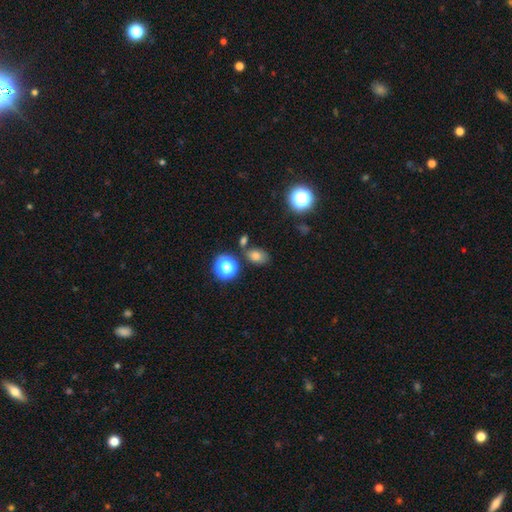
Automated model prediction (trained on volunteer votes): A smooth galaxy with no disk features (71%) that is in between round and cigar-shaped (70%).

Vote fractions:
- Smooth or featured? smooth: 71% / star or artifact: 19% / featured or disk: 9%
- How rounded? in between: 70% / round: 28% / cigar-shaped: 2%
- Merging? none: 72% / minor disturbance: 14% / merger: 11% / major disturbance: 4%